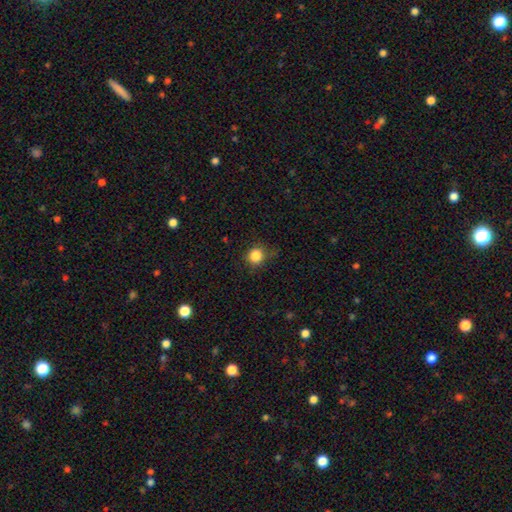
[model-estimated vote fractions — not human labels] The model was most divided on "merging": none: 75%, minor disturbance: 18%, major disturbance: 6%, merger: 1%. More confident: how rounded — round (89%); smooth or featured — smooth (85%).